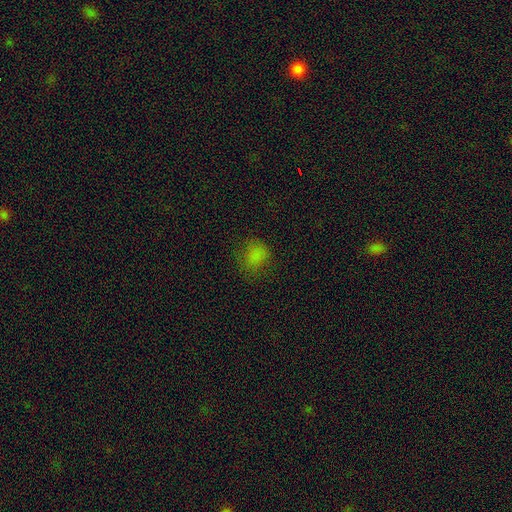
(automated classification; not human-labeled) Smooth or featured?
  - smooth: 75% *
  - star or artifact: 18%
  - featured or disk: 6%
How rounded?
  - round: 73% *
  - in between: 26%
  - cigar-shaped: 1%
Merging?
  - none: 70% *
  - minor disturbance: 20%
  - major disturbance: 9%
  - merger: 1%